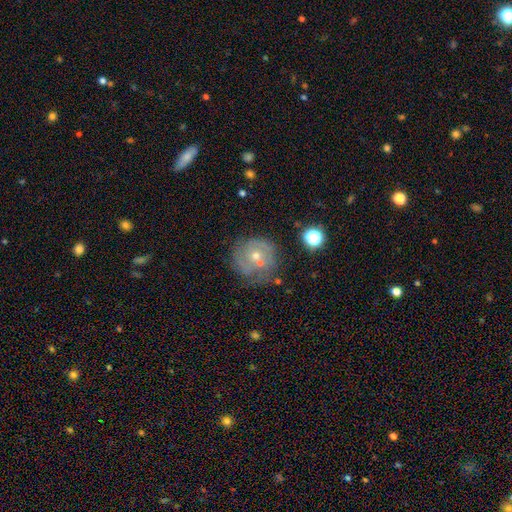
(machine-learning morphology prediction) This is likely a featured or disk galaxy (65%). It is clearly not viewed edge-on (97%). Bar: likely no (71%). Spiral arm pattern: likely yes (76%). Central bulge: possibly small (51%). Merging: likely none (63%).